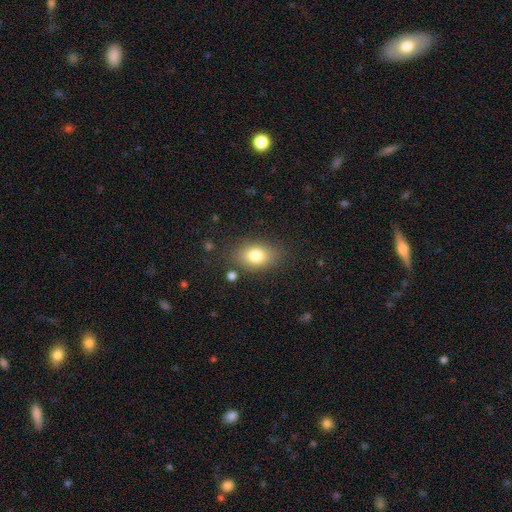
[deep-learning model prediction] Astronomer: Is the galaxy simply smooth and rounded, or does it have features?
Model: smooth — 79%.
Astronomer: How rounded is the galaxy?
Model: in between — 76%.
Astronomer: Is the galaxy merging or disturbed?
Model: none — 80%.